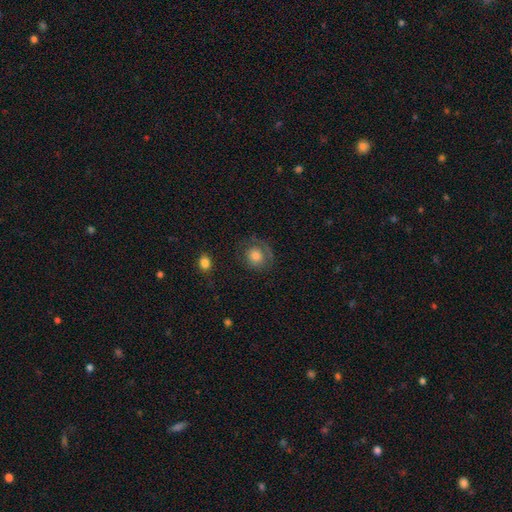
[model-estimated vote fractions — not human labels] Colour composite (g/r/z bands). It shows a smooth galaxy with no disk features (63%) that is round (80%). Merging: none (65%).